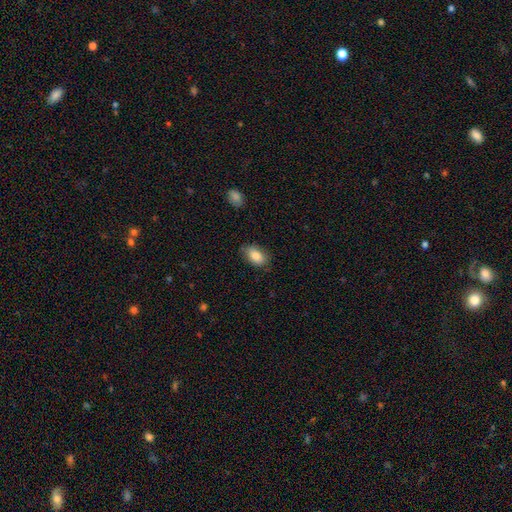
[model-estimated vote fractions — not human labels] A smooth galaxy with no disk features (86%) that is in between round and cigar-shaped (91%).

Vote fractions:
- Smooth or featured? smooth: 86% / featured or disk: 7% / star or artifact: 7%
- How rounded? in between: 91% / round: 7% / cigar-shaped: 2%
- Merging? none: 78% / minor disturbance: 17% / major disturbance: 4% / merger: 1%